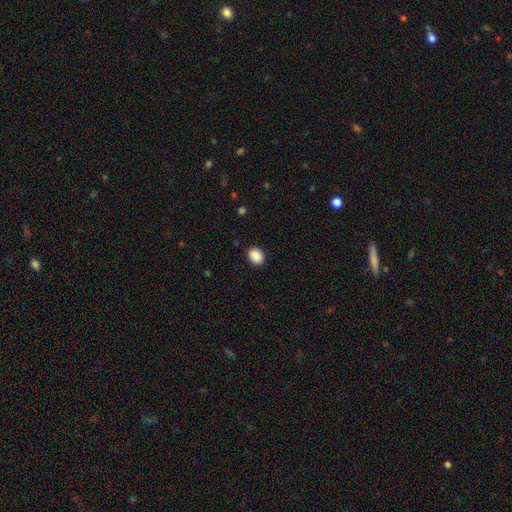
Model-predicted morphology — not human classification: This is clearly a smooth galaxy (89%). How rounded: possibly in between (50%). Merging: clearly none (90%).